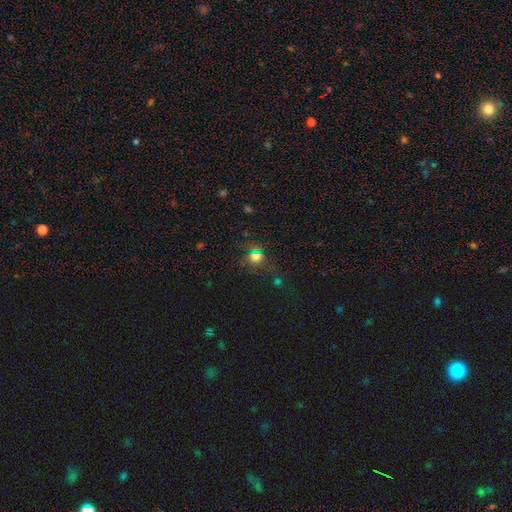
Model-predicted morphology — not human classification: This appears to be a smooth galaxy with no disk features (55%) that is round (74%). Merging: none (70%).